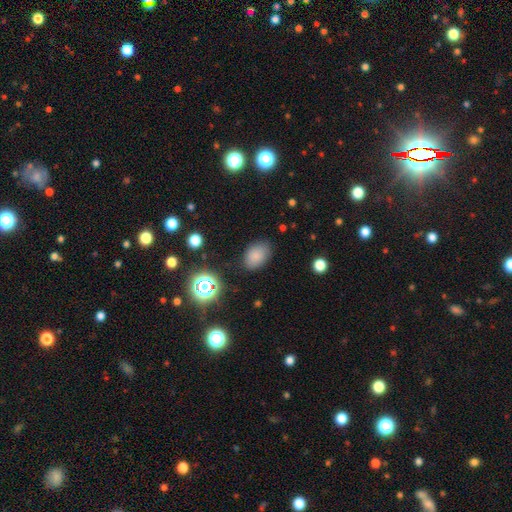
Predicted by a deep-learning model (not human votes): A smooth galaxy with no disk features (80%) that is in between round and cigar-shaped (82%).

Vote fractions:
- Smooth or featured? smooth: 80% / star or artifact: 14% / featured or disk: 6%
- How rounded? in between: 82% / round: 17% / cigar-shaped: 1%
- Merging? none: 79% / minor disturbance: 15% / major disturbance: 4% / merger: 2%